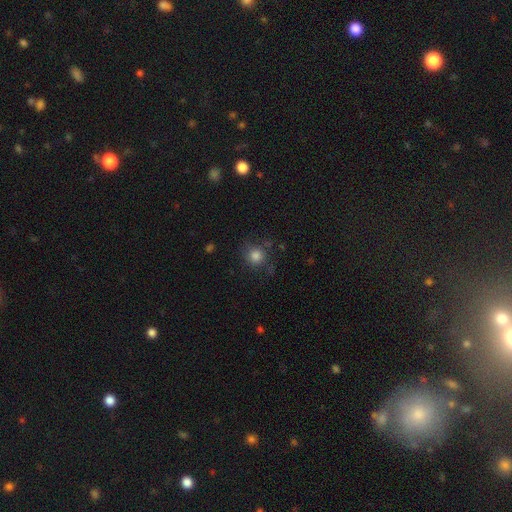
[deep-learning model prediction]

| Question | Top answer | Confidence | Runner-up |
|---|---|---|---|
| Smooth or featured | smooth | 81% | star or artifact (11%) |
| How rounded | round | 90% | in between (9%) |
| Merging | none | 74% | minor disturbance (16%) |